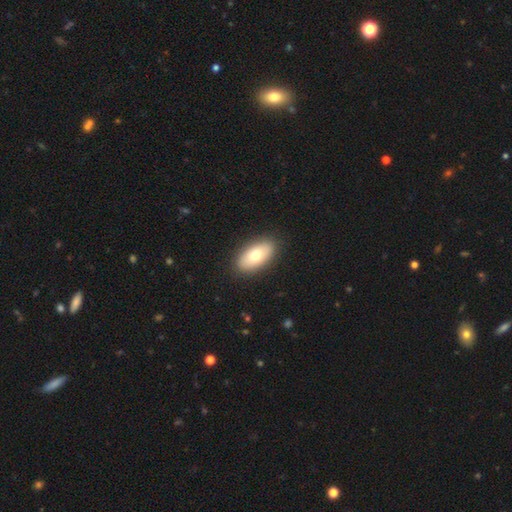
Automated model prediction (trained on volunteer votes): Q: Smooth or featured?
A: smooth (75%); runner-up: featured or disk (19%)
Q: How rounded?
A: in between (93%); runner-up: cigar-shaped (4%)
Q: Merging?
A: none (89%); runner-up: minor disturbance (8%)